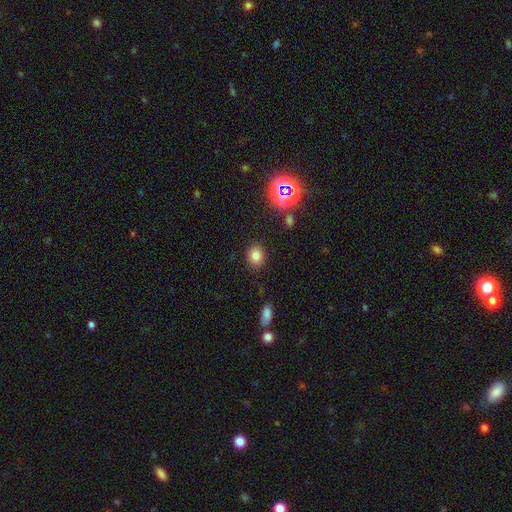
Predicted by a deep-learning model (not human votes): smooth_or_featured: smooth (p=0.79) [alt: star or artifact p=0.15]
how_rounded: round (p=0.65) [alt: in between p=0.34]
merging: none (p=0.87) [alt: minor disturbance p=0.08]